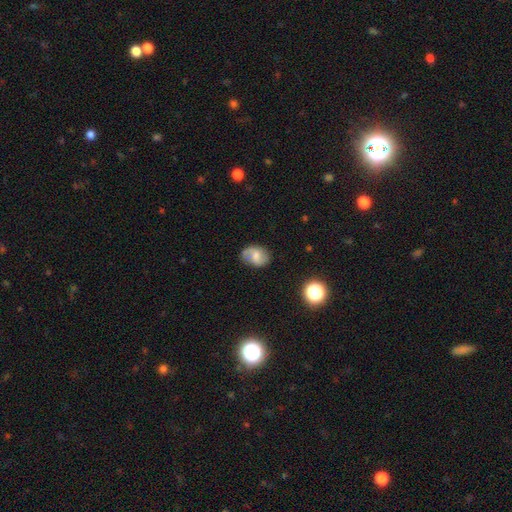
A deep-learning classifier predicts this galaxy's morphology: This is possibly a featured or disk galaxy (54%). It is clearly not viewed edge-on (97%). Bar: possibly no (46%). Spiral arm pattern: clearly yes (87%). Central bulge: marginally moderate (42%). Merging: likely none (68%).